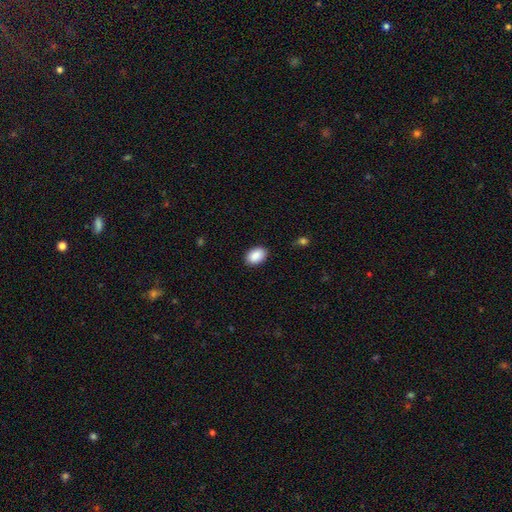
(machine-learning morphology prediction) type=smooth (90%); roundness=in between (85%); merging=none (87%).